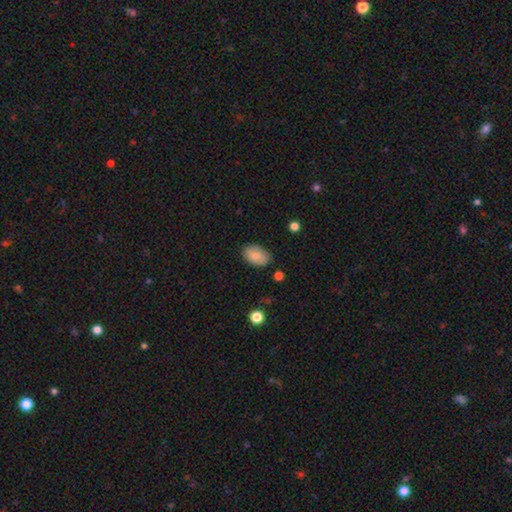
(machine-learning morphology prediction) Q: Smooth or featured?
A: smooth (87%); runner-up: star or artifact (7%)
Q: How rounded?
A: in between (90%); runner-up: round (9%)
Q: Merging?
A: none (82%); runner-up: minor disturbance (14%)